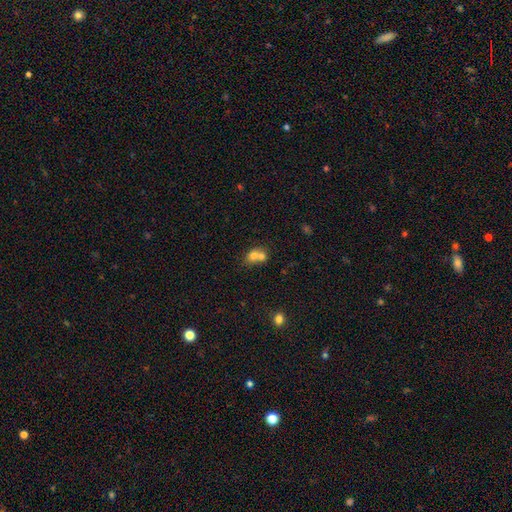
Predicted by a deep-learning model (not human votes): Smooth or featured? smooth (70%)
How rounded? round (62%)
Merging? merger (68%)